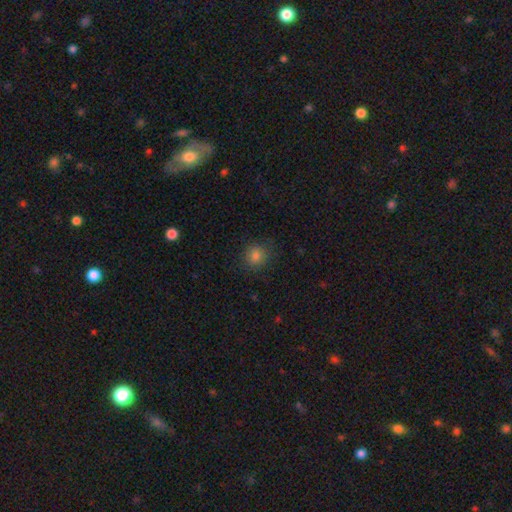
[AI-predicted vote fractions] Smooth or featured: smooth — 82% (star or artifact — 13%)
How rounded: round — 83% (in between — 16%)
Merging: none — 87% (minor disturbance — 9%)